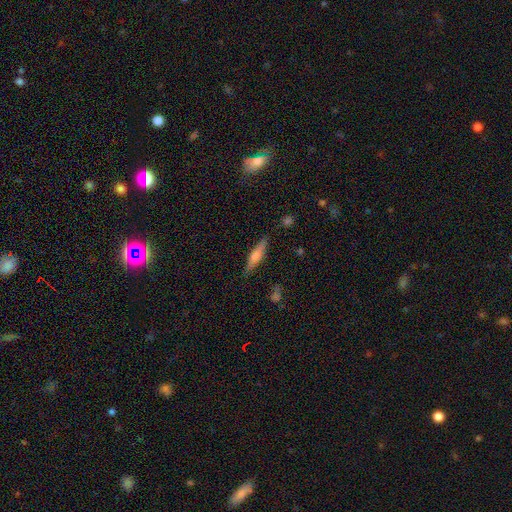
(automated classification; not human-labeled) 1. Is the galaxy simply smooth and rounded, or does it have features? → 53% featured or disk, 40% smooth, 7% star or artifact.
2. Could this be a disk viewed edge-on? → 95% yes, 5% no.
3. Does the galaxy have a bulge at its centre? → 80% rounded, 12% boxy, 8% none.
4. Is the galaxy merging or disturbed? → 87% none, 10% minor disturbance, 2% major disturbance, 2% merger.